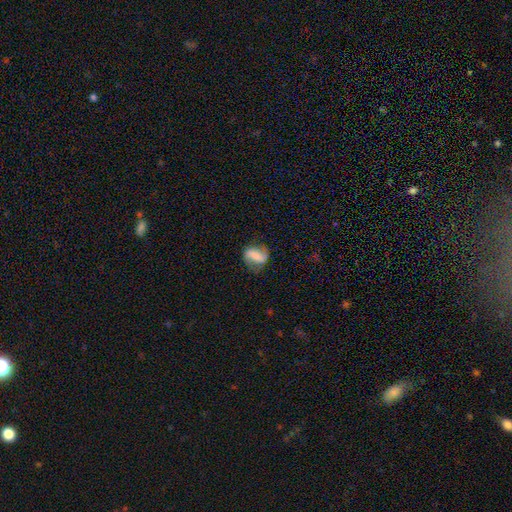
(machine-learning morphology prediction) Smooth or featured? featured or disk (47%)
Merging? none (63%)